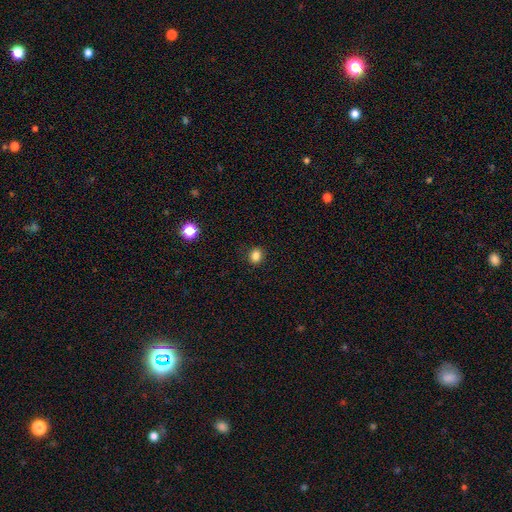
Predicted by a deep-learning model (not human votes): A smooth galaxy with no disk features (84%) that is round (63%). Merging: none (88%).